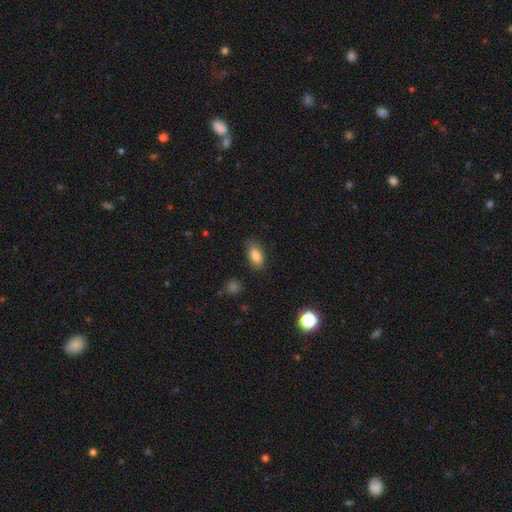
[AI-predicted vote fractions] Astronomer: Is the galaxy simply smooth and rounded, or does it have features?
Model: smooth — 84%.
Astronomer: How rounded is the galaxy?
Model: in between — 88%.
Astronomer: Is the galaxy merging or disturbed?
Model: none — 81%.